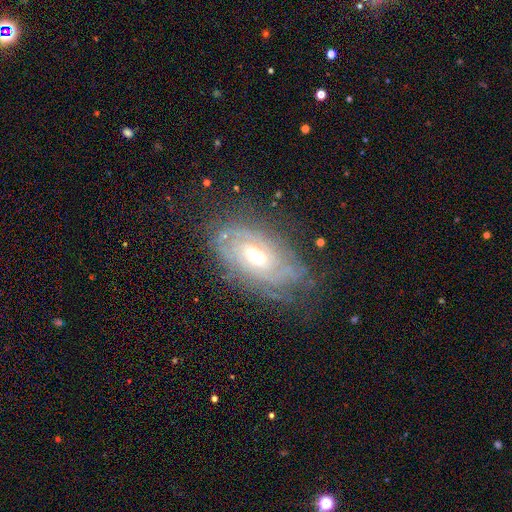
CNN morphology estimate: Smooth or featured: featured or disk — 80% (smooth — 13%)
Edge-on disk: no — 92% (yes — 8%)
Bar: no — 60% (weak — 31%)
Spiral arms: yes — 88% (no — 12%)
Spiral winding: tight — 75% (medium — 19%)
Spiral arm count: can't tell — 54% (2 — 15%)
Bulge size: small — 50% (moderate — 46%)
Merging: none — 68% (minor disturbance — 21%)